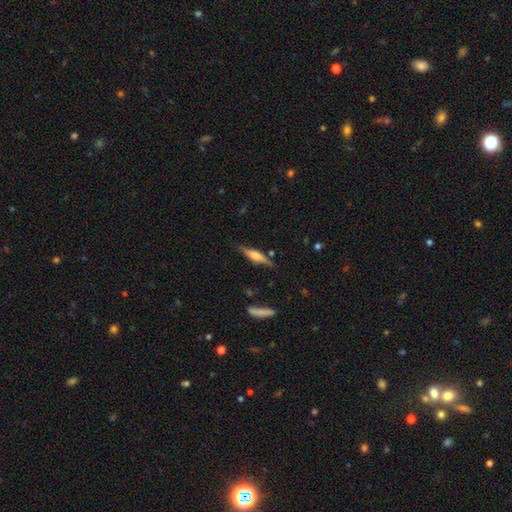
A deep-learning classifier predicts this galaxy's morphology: This appears to be a featured or disk galaxy (55%) viewed edge-on (94%) with a rounded central bulge (71%). Merging: none (79%).